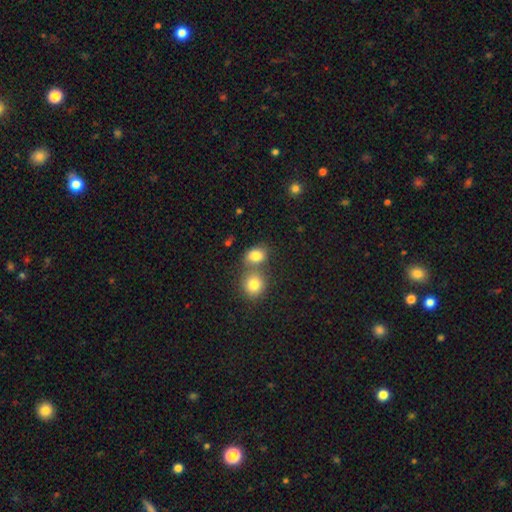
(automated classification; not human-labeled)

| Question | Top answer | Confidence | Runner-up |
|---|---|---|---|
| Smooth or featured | smooth | 83% | star or artifact (10%) |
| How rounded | in between | 54% | round (45%) |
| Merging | none | 45% | merger (41%) |